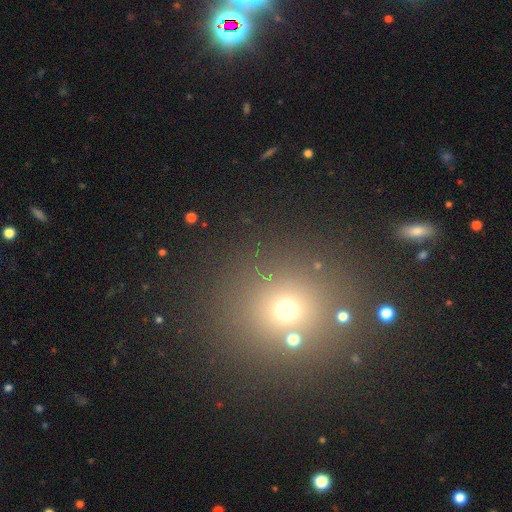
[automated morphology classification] Smooth or featured: smooth — 49% (star or artifact — 42%)
Merging: none — 83% (minor disturbance — 7%)